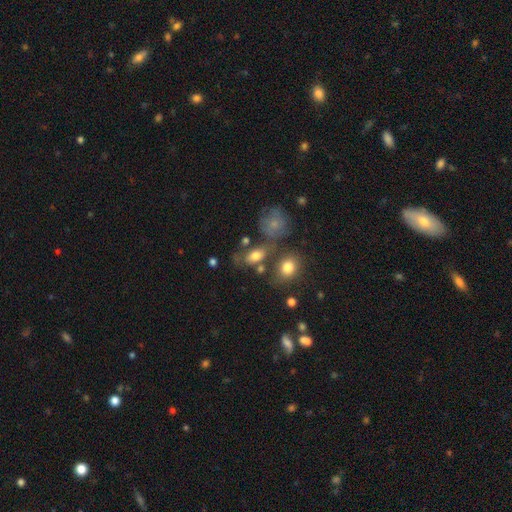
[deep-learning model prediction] Morphology: type=smooth (75%); roundness=in between (81%); merging=none (53%).